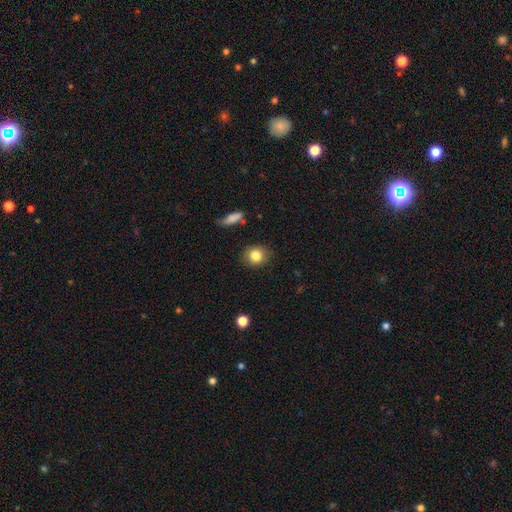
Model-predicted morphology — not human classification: A smooth galaxy with no disk features (83%) that is round (72%).

Vote fractions:
- Smooth or featured? smooth: 83% / star or artifact: 9% / featured or disk: 8%
- How rounded? round: 72% / in between: 27% / cigar-shaped: 1%
- Merging? none: 84% / minor disturbance: 12% / major disturbance: 3% / merger: 2%